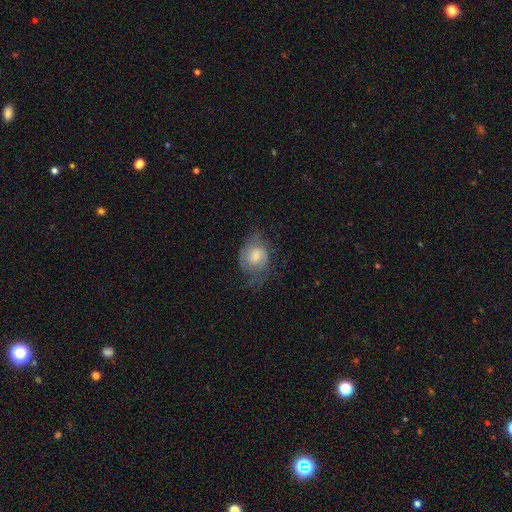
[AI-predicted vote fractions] A smooth galaxy with no disk features (47%).

Vote fractions:
- Smooth or featured? smooth: 47% / featured or disk: 45% / star or artifact: 8%
- Merging? none: 47% / minor disturbance: 29% / major disturbance: 23% / merger: 1%